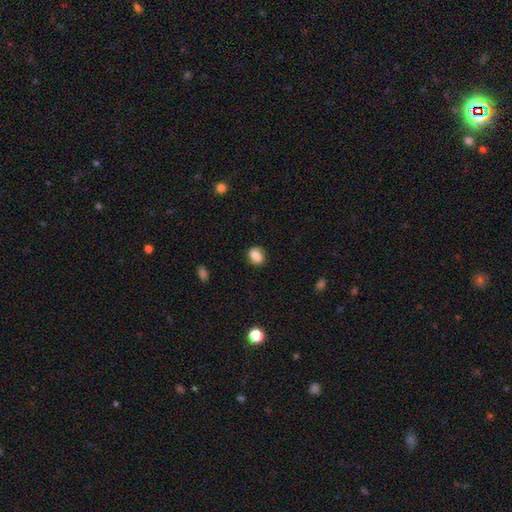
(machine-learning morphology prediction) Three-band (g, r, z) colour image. It shows a smooth galaxy with no disk features (83%) that is in between round and cigar-shaped (63%). Merging: none (81%).